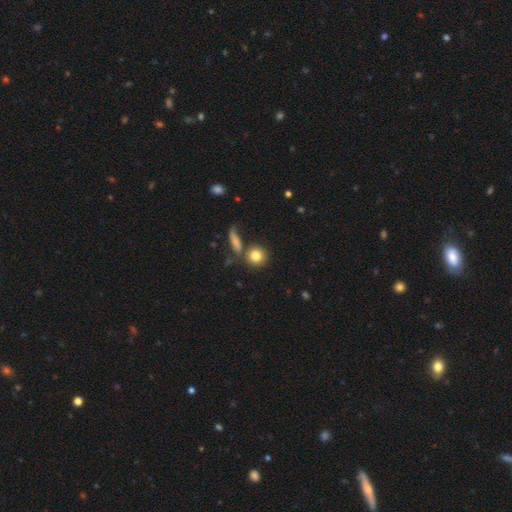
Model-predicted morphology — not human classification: Overall: smooth (82%). How rounded: round (86%). Merging: none (70%).